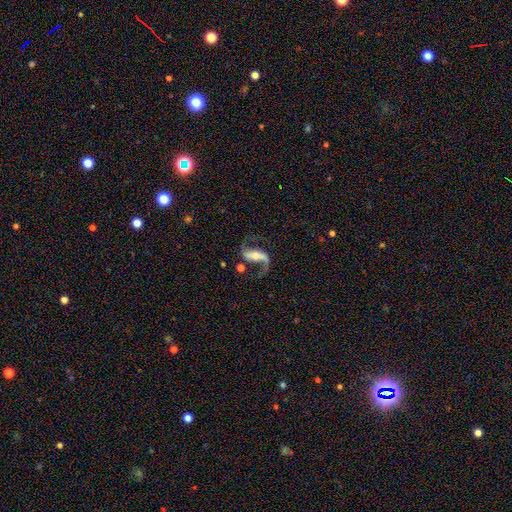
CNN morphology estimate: Smooth or featured: featured or disk — 86% (smooth — 8%)
Edge-on disk: no — 95% (yes — 5%)
Bar: strong — 51% (weak — 28%)
Spiral arms: yes — 95% (no — 5%)
Spiral winding: loose — 71% (medium — 24%)
Spiral arm count: 2 — 83% (1 — 13%)
Bulge size: small — 43% (moderate — 40%)
Merging: none — 63% (major disturbance — 19%)